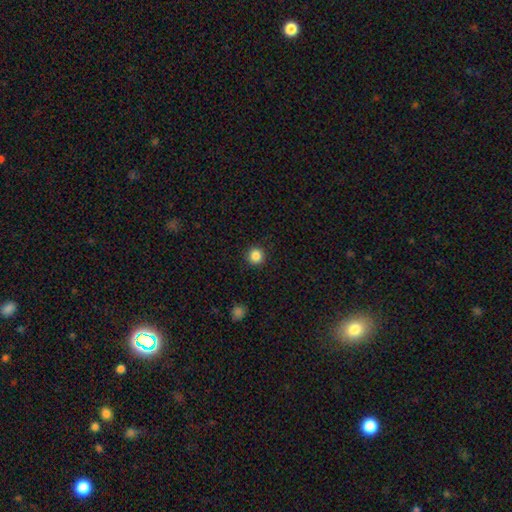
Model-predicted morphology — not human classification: smooth_or_featured: smooth (p=0.86) [alt: star or artifact p=0.11]
how_rounded: round (p=0.95) [alt: in between p=0.04]
merging: none (p=0.92) [alt: minor disturbance p=0.05]